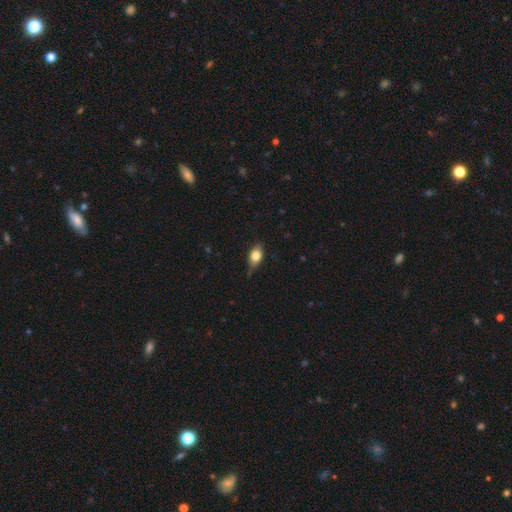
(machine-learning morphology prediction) A smooth galaxy with no disk features (72%) that is in between round and cigar-shaped (80%). Merging: none (68%).